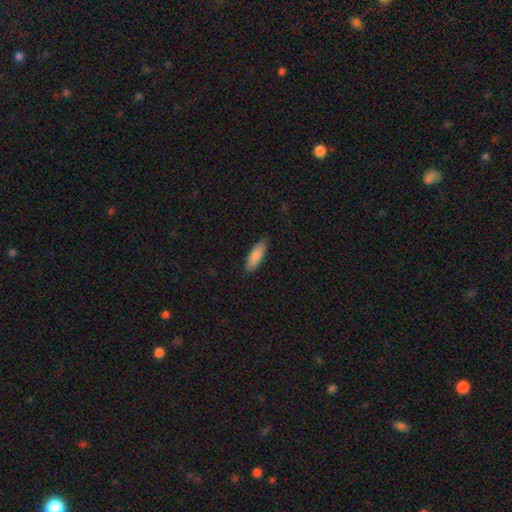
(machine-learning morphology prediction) type=smooth (87%); roundness=in between (58%); merging=none (85%).